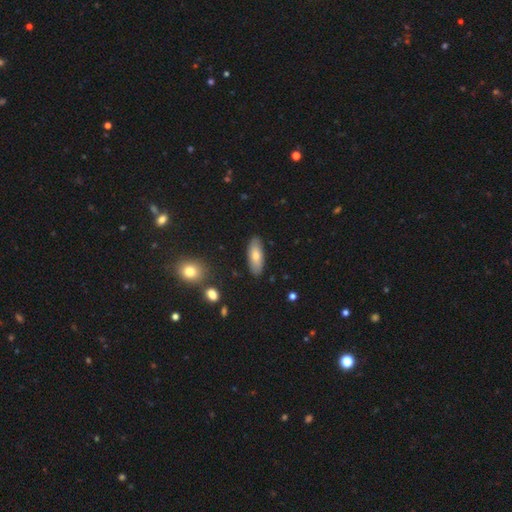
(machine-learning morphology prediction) This appears to be a smooth galaxy with no disk features (73%) that is in between round and cigar-shaped (74%). Merging: none (86%).